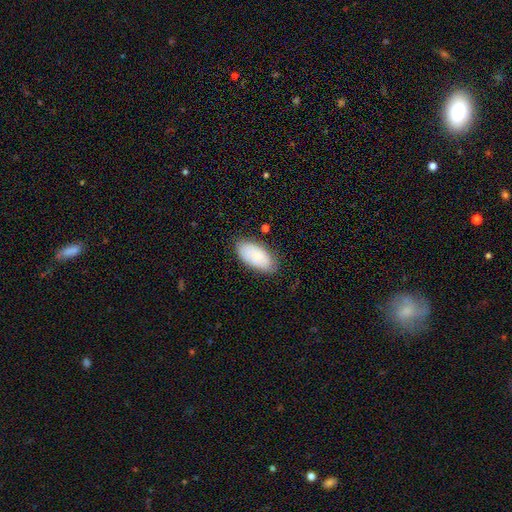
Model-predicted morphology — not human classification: Smooth or featured?
  - smooth: 77% *
  - featured or disk: 17%
  - star or artifact: 7%
How rounded?
  - in between: 95% *
  - cigar-shaped: 3%
  - round: 2%
Merging?
  - none: 78% *
  - minor disturbance: 17%
  - major disturbance: 3%
  - merger: 1%